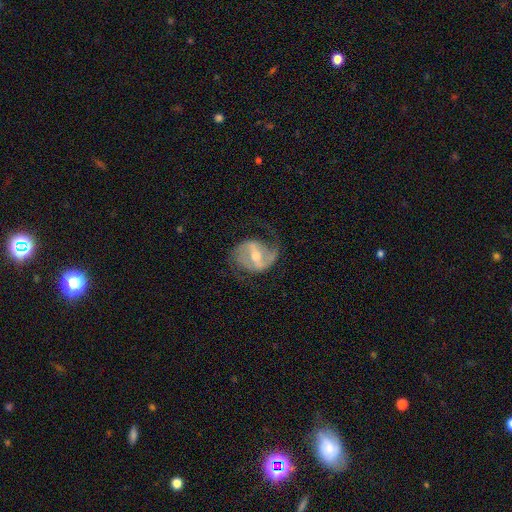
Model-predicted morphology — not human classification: This appears to be a featured or disk galaxy (86%) with a strong bar (44%), 2 (84%) medium (50%) spiral arms (94%) and a moderate central bulge (63%). Merging: none (64%).